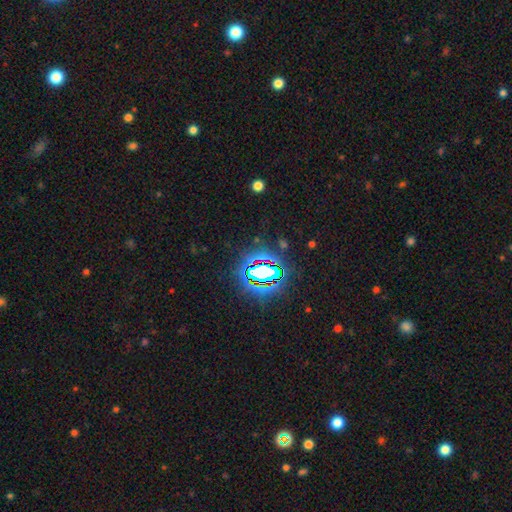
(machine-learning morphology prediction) This is clearly a star or artifact rather than a galaxy (83%).